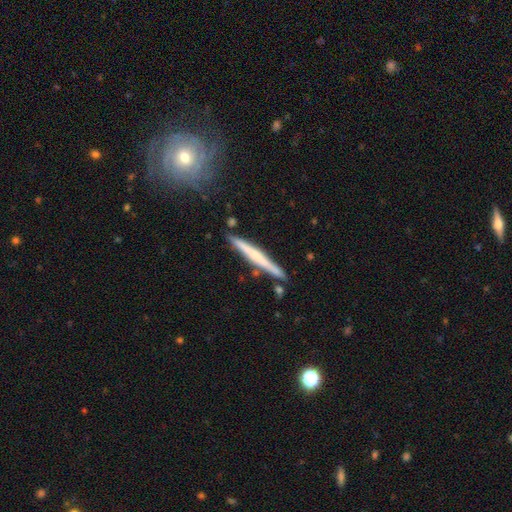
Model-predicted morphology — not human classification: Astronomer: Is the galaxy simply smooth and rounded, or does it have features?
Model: featured or disk — 51% (runner-up: smooth, 42%).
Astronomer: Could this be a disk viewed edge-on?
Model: yes — 97%.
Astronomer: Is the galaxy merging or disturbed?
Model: none — 85%.